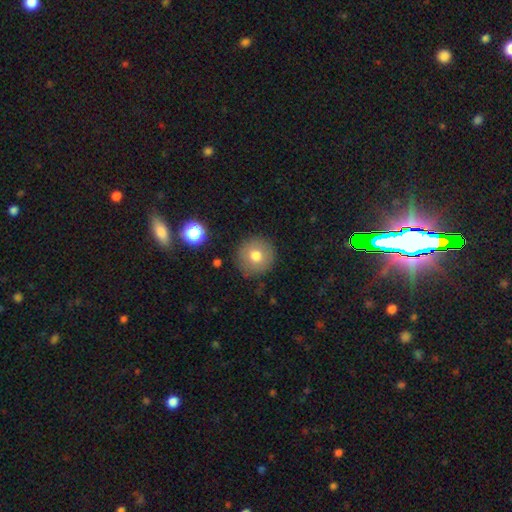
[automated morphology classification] smooth 74%, featured or disk 15%, star or artifact 11%. Down the decision tree: how rounded — round (95%); merging — none (89%).